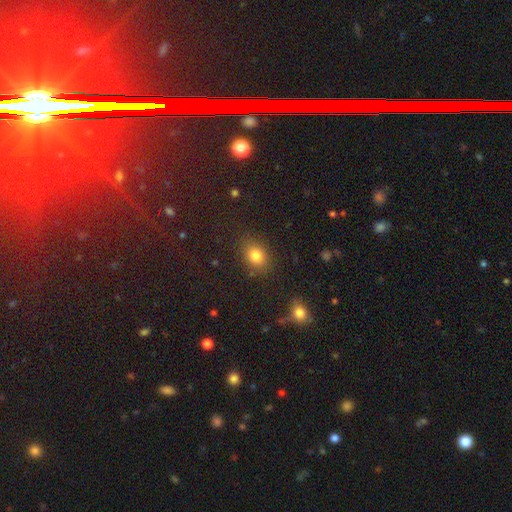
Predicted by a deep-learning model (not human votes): Smooth or featured?
  - smooth: 79% *
  - star or artifact: 14%
  - featured or disk: 7%
How rounded?
  - in between: 58% *
  - round: 41%
  - cigar-shaped: 2%
Merging?
  - none: 82% *
  - minor disturbance: 12%
  - major disturbance: 4%
  - merger: 2%